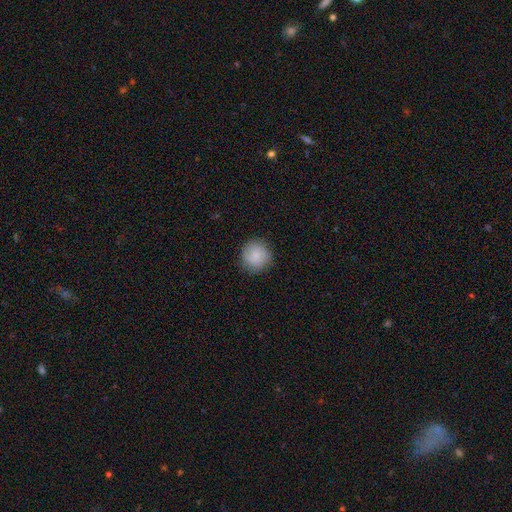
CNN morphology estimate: A smooth galaxy with no disk features (83%) that is round (93%). Merging: none (86%).